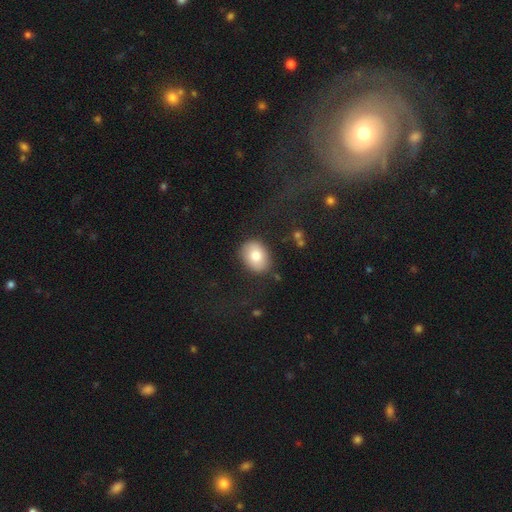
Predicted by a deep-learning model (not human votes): smooth_or_featured: smooth (p=0.80) [alt: featured or disk p=0.13]
how_rounded: in between (p=0.67) [alt: round p=0.32]
merging: none (p=0.83) [alt: minor disturbance p=0.12]